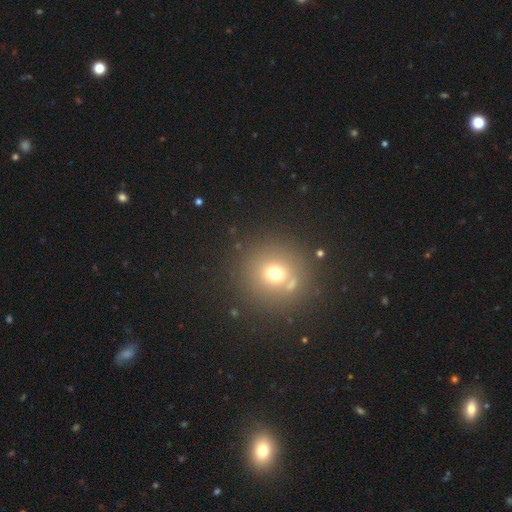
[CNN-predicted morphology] smooth-or-featured: smooth: 58% | star or artifact: 30% | featured or disk: 12%
  how-rounded: round: 91% | in between: 8% | cigar-shaped: 1%
  merging: none: 77% | merger: 13% | minor disturbance: 7% | major disturbance: 3%